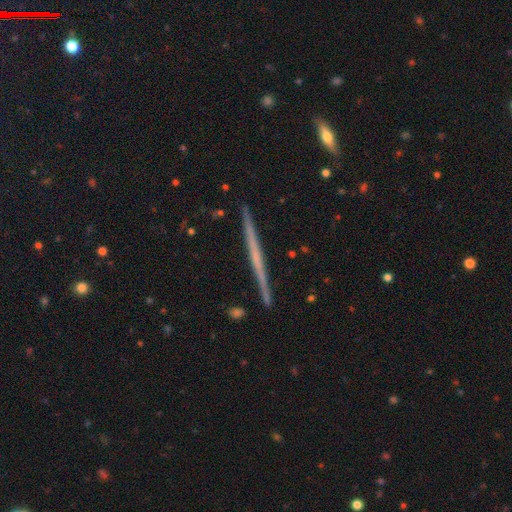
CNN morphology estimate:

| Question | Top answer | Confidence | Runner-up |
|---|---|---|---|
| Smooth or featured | featured or disk | 67% | smooth (27%) |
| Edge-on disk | yes | 98% | no (2%) |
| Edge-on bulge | none | 81% | rounded (14%) |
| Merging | none | 92% | minor disturbance (6%) |